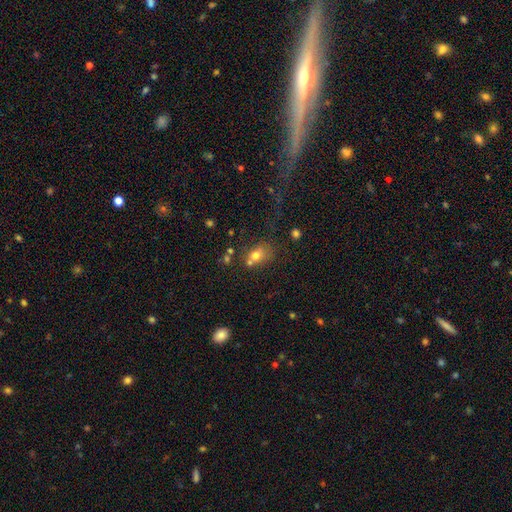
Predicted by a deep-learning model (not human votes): This appears to be a smooth galaxy with no disk features (70%) that is in between round and cigar-shaped (54%). Merging: none (40%).